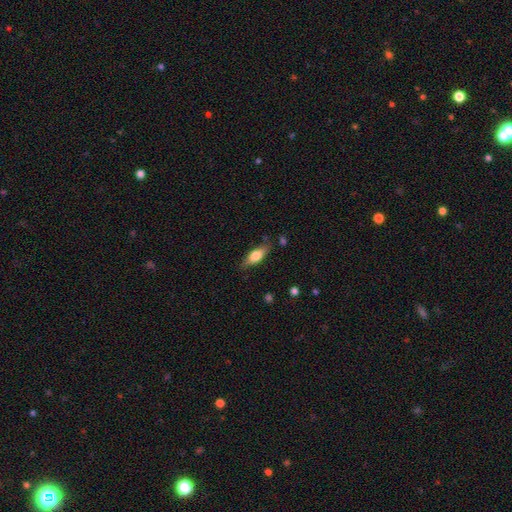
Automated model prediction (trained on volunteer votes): Smooth or featured: smooth — 66% (featured or disk — 27%)
How rounded: in between — 69% (cigar-shaped — 28%)
Merging: none — 79% (minor disturbance — 16%)